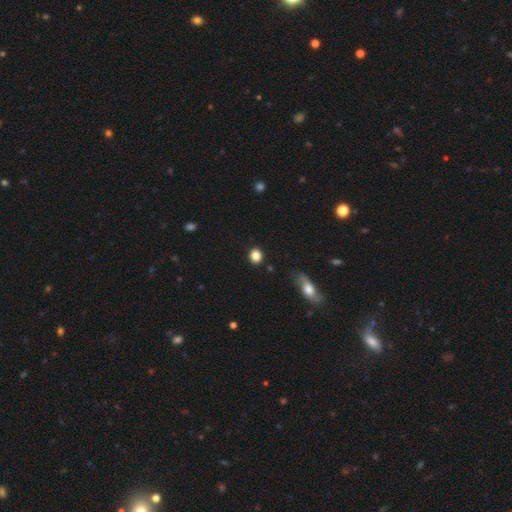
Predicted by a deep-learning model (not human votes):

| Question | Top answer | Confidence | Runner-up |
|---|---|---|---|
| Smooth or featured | smooth | 85% | star or artifact (10%) |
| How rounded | round | 80% | in between (19%) |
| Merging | none | 89% | minor disturbance (7%) |